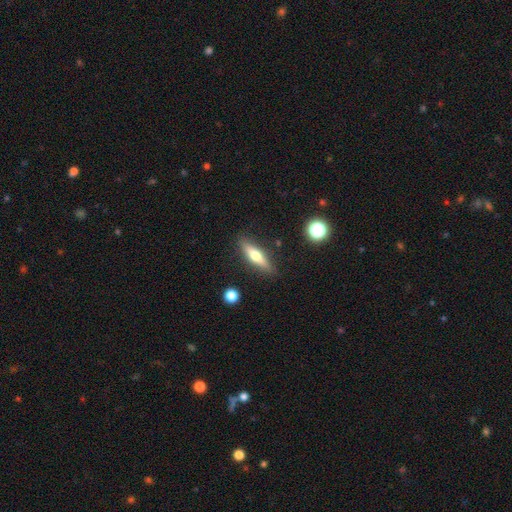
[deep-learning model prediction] Smooth or featured?
  - featured or disk: 47% *
  - smooth: 46%
  - star or artifact: 7%
Merging?
  - none: 86% *
  - minor disturbance: 10%
  - major disturbance: 2%
  - merger: 2%